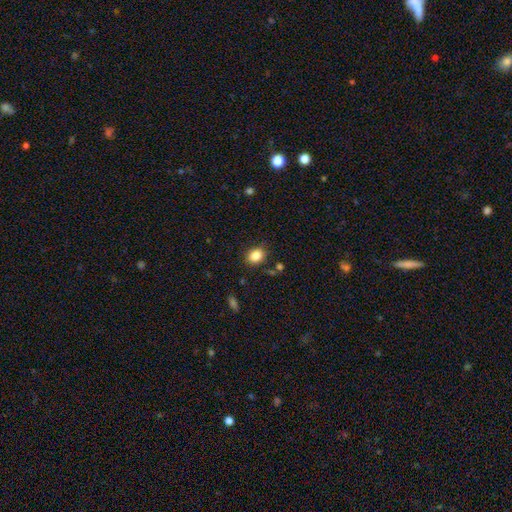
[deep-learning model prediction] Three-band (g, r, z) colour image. It shows a smooth galaxy with no disk features (85%) that is in between round and cigar-shaped (60%). Merging: none (84%).